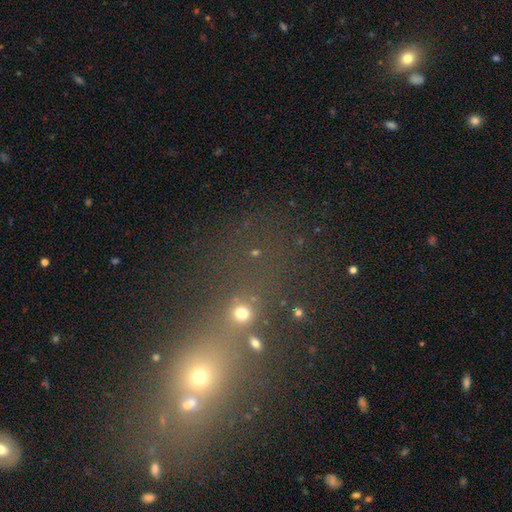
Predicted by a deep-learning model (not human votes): Morphology: type=star or artifact (54%).